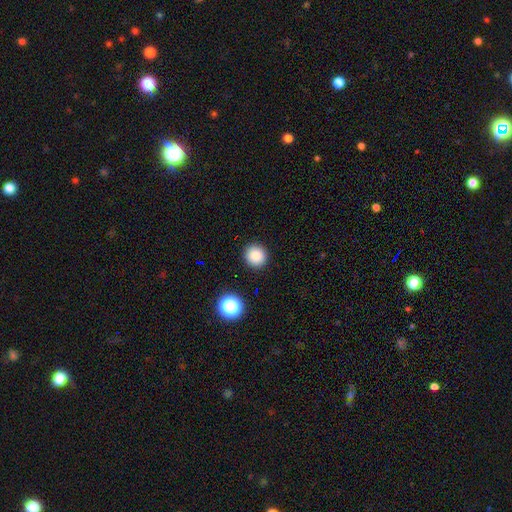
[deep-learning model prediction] smooth 86%, star or artifact 10%, featured or disk 3%. Down the decision tree: how rounded — round (93%); merging — none (90%).